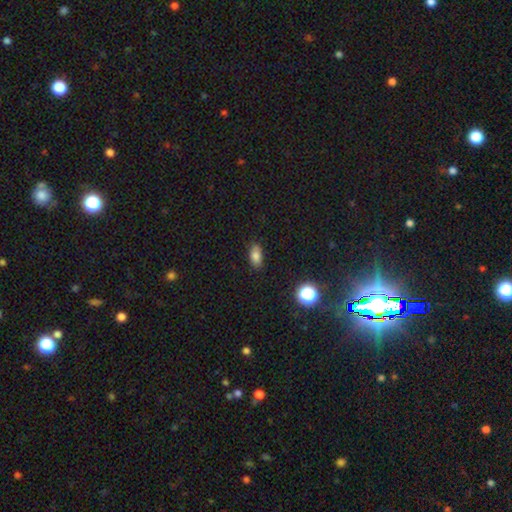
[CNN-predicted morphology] Smooth or featured? Predicted: smooth (p=0.80). How rounded? Predicted: in between (p=0.86). Merging? Predicted: none (p=0.84).